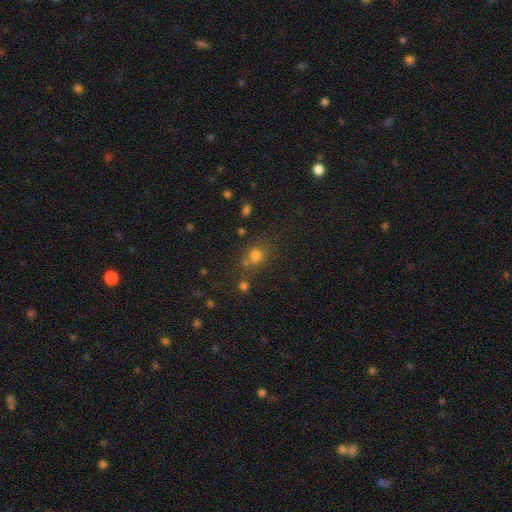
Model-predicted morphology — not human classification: Smooth or featured: smooth — 69% (star or artifact — 21%)
How rounded: round — 74% (in between — 24%)
Merging: none — 62% (merger — 19%)